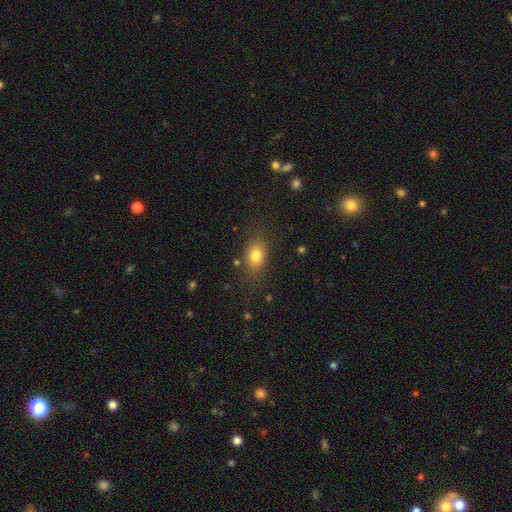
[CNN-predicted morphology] This is likely a smooth galaxy (80%). How rounded: likely in between (74%). Merging: likely none (79%).